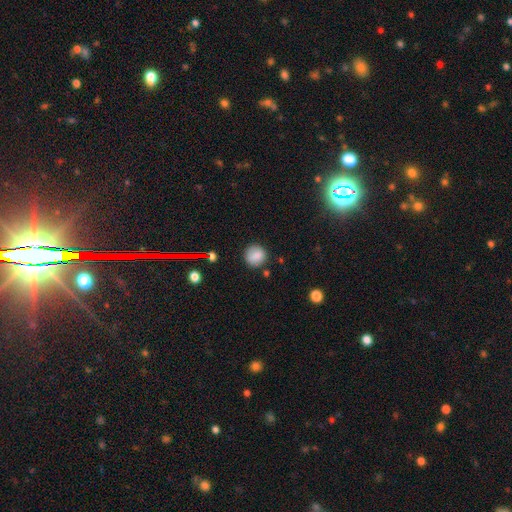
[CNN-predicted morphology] Smooth or featured? Predicted: smooth (p=0.83). How rounded? Predicted: round (p=0.89). Merging? Predicted: none (p=0.82).